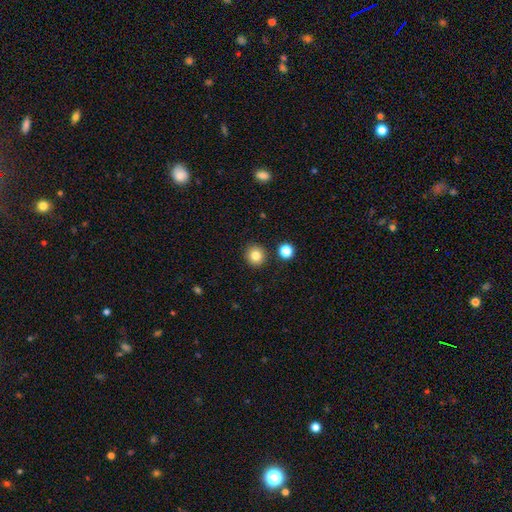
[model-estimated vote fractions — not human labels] Overall: smooth (81%). How rounded: round (91%). Merging: none (89%).